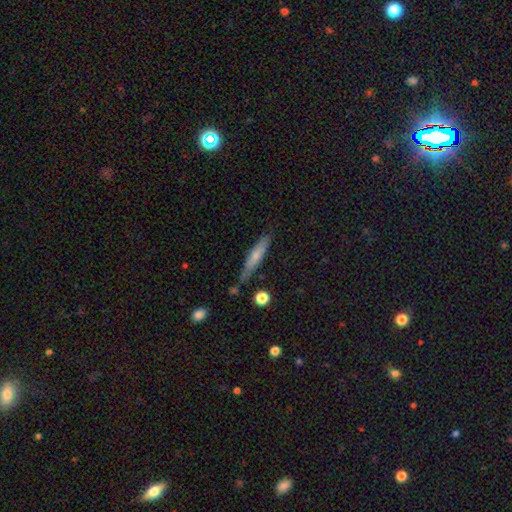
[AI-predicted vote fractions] Smooth or featured? Predicted: smooth (p=0.63). How rounded? Predicted: cigar-shaped (p=0.87). Merging? Predicted: none (p=0.71).